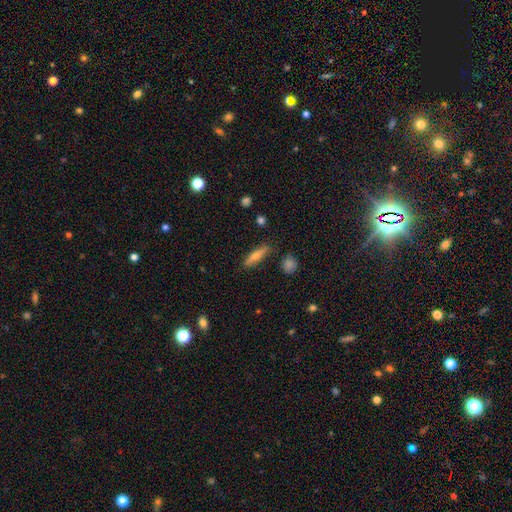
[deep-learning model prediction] Smooth or featured? Predicted: smooth (p=0.52). How rounded? Predicted: cigar-shaped (p=0.76). Merging? Predicted: none (p=0.84).